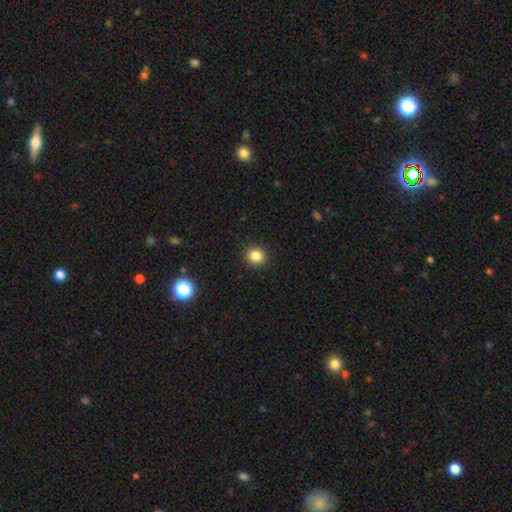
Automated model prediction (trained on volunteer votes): Smooth or featured?
  - smooth: 84% *
  - star or artifact: 11%
  - featured or disk: 4%
How rounded?
  - round: 81% *
  - in between: 18%
  - cigar-shaped: 1%
Merging?
  - none: 92% *
  - minor disturbance: 5%
  - major disturbance: 2%
  - merger: 1%